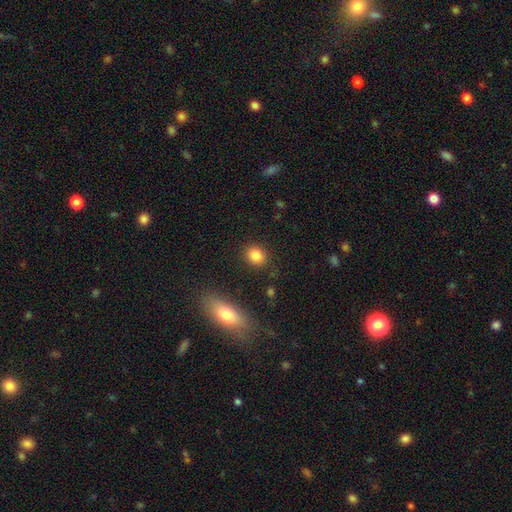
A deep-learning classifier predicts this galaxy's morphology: The model was most divided on "how rounded": round: 69%, in between: 29%, cigar-shaped: 1%. More confident: merging — none (87%); smooth or featured — smooth (85%).